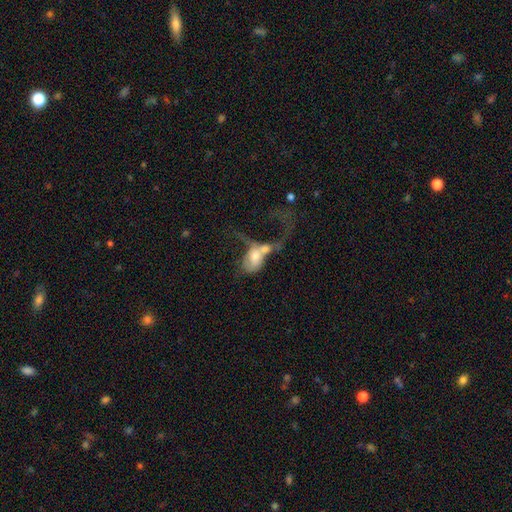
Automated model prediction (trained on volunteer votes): Smooth or featured?
  - smooth: 48% *
  - featured or disk: 43%
  - star or artifact: 9%
Merging?
  - merger: 67% *
  - major disturbance: 22%
  - none: 6%
  - minor disturbance: 4%